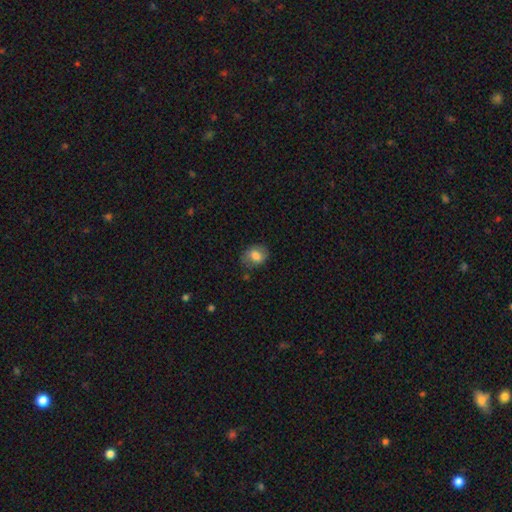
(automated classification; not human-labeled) Morphology: type=smooth (77%); roundness=in between (62%); merging=none (70%).